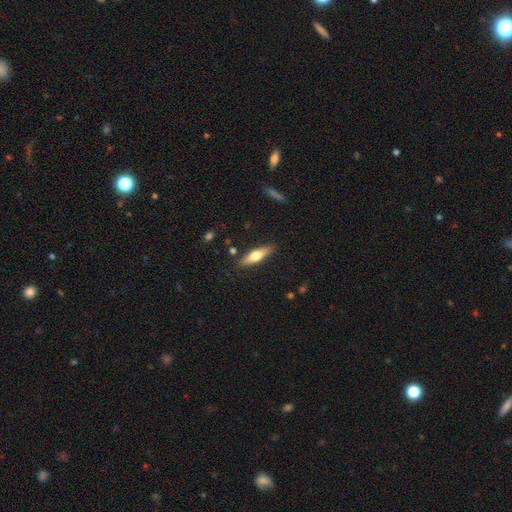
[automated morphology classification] Q: Smooth or featured?
A: smooth (53%); runner-up: featured or disk (41%)
Q: How rounded?
A: cigar-shaped (65%); runner-up: in between (33%)
Q: Merging?
A: none (86%); runner-up: minor disturbance (10%)